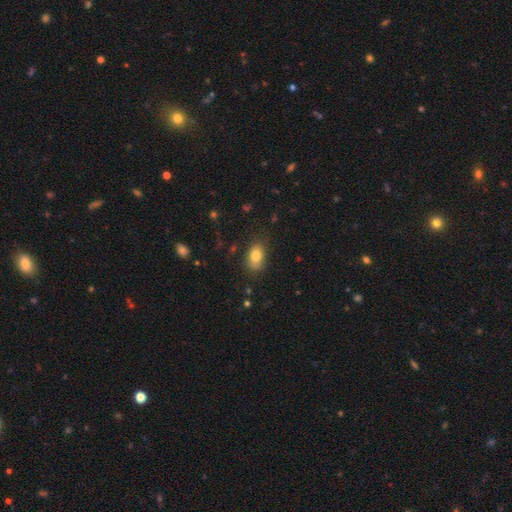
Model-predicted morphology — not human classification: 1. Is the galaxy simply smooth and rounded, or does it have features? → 81% smooth, 10% featured or disk, 9% star or artifact.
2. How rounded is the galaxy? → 84% in between, 15% round, 2% cigar-shaped.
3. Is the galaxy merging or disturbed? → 75% none, 19% minor disturbance, 5% major disturbance, 1% merger.